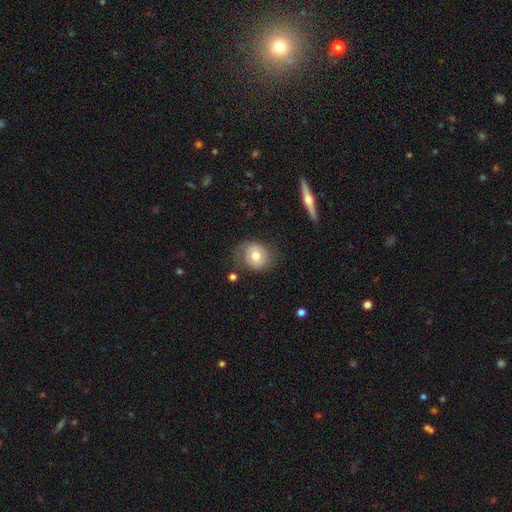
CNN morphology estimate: smooth-or-featured: smooth: 61% | featured or disk: 31% | star or artifact: 8%
  how-rounded: round: 73% | in between: 25% | cigar-shaped: 1%
  merging: none: 64% | minor disturbance: 22% | major disturbance: 11% | merger: 3%